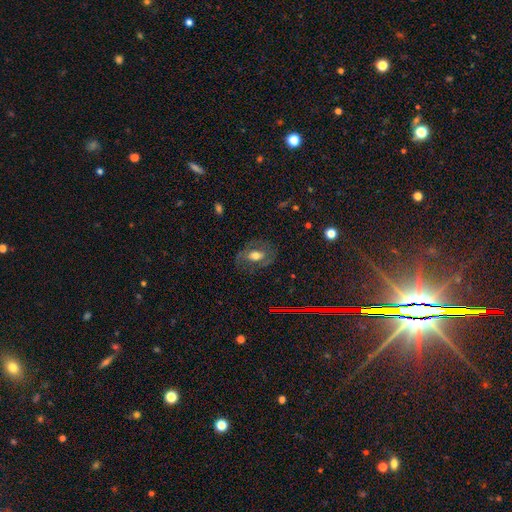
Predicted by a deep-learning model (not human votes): A featured or disk galaxy (55%) with no bar (53%), spiral arms (61%) and a moderate central bulge (65%).

Vote fractions:
- Smooth or featured? featured or disk: 55% / smooth: 34% / star or artifact: 12%
- Edge-on disk? no: 93% / yes: 7%
- Bar? no: 53% / weak: 31% / strong: 16%
- Spiral arms? yes: 61% / no: 39%
- Bulge size? moderate: 65% / large: 20% / small: 11% / dominant: 2% / none: 2%
- Merging? none: 70% / minor disturbance: 17% / major disturbance: 12% / merger: 1%